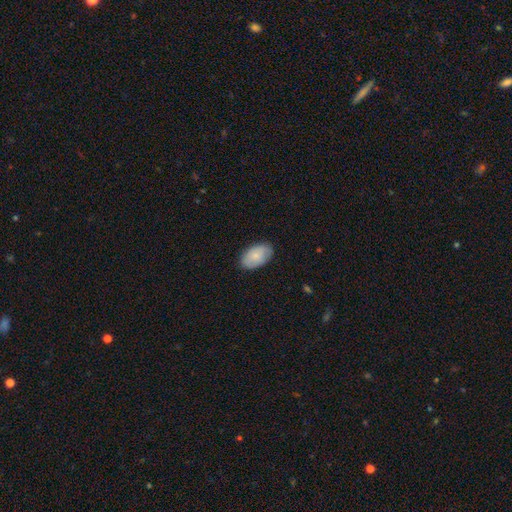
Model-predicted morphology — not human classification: This is likely a smooth galaxy (78%). How rounded: clearly in between (94%). Merging: clearly none (84%).